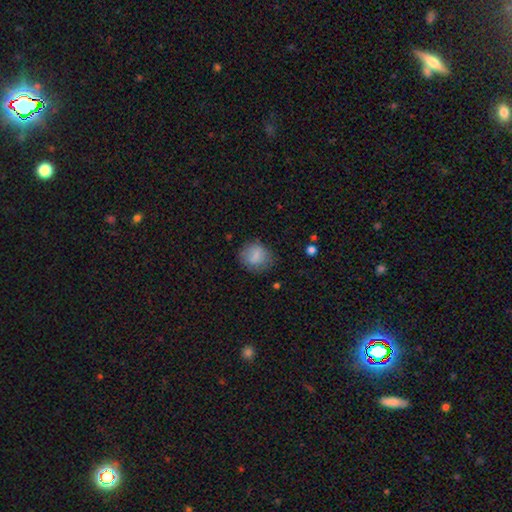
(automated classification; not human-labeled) Morphology: type=smooth (80%); roundness=round (72%); merging=none (72%).